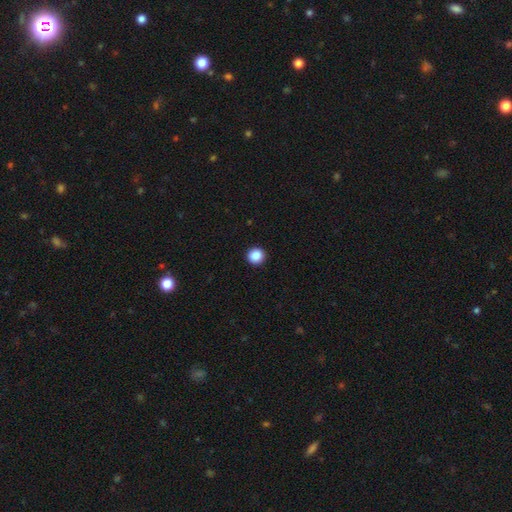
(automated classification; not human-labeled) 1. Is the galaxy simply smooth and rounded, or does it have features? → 88% smooth, 9% star or artifact, 3% featured or disk.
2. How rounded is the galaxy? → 95% round, 4% in between, 1% cigar-shaped.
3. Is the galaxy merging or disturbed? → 93% none, 4% minor disturbance, 1% major disturbance, 1% merger.